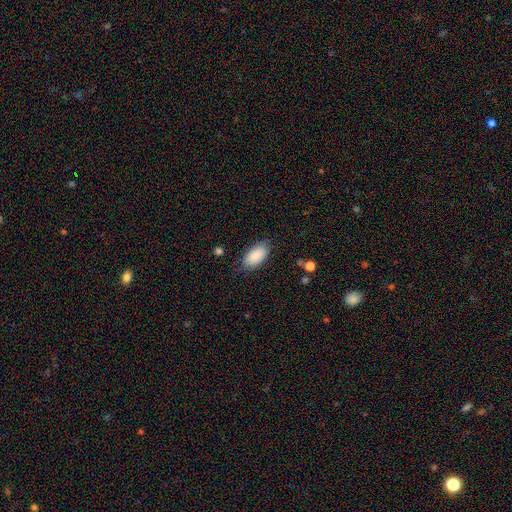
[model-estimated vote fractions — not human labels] Morphology: type=smooth (88%); roundness=in between (94%); merging=none (78%).